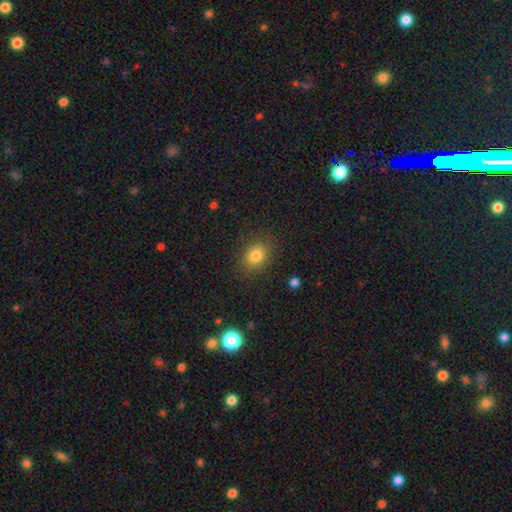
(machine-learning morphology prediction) Q: Smooth or featured?
A: smooth (81%); runner-up: star or artifact (11%)
Q: How rounded?
A: in between (59%); runner-up: round (40%)
Q: Merging?
A: none (85%); runner-up: minor disturbance (10%)